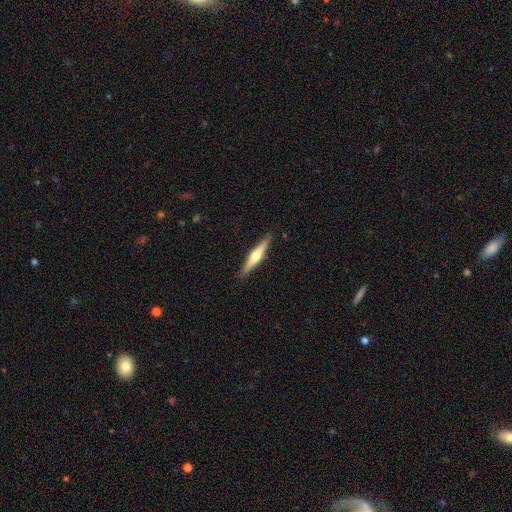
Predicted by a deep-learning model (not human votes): This appears to be a featured or disk galaxy (63%) viewed edge-on (98%) with a rounded central bulge (88%). Merging: none (90%).